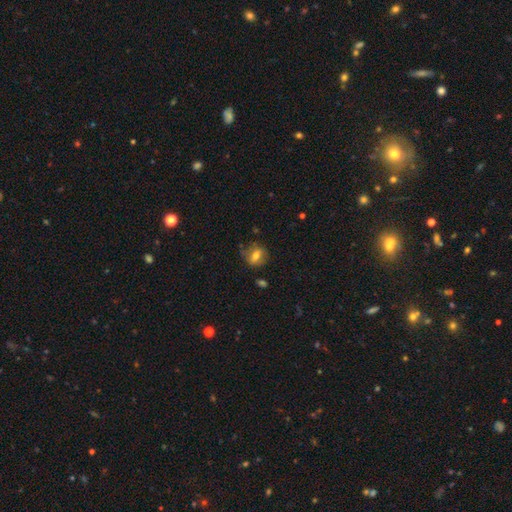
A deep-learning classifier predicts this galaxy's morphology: This appears to be a smooth galaxy with no disk features (62%) that is in between round and cigar-shaped (50%). Merging: none (67%).